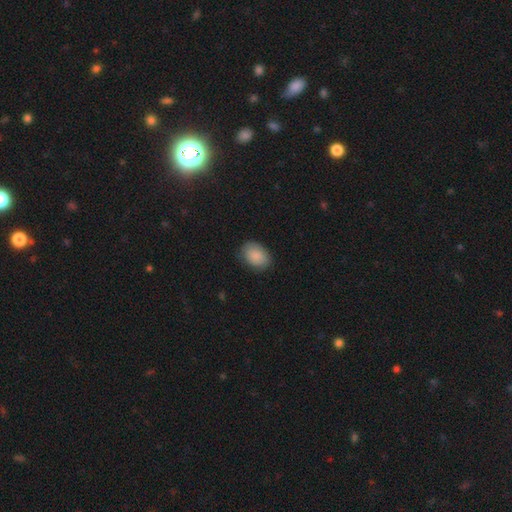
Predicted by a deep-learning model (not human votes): smooth 88%, star or artifact 7%, featured or disk 6%. Down the decision tree: how rounded — in between (80%); merging — none (81%).